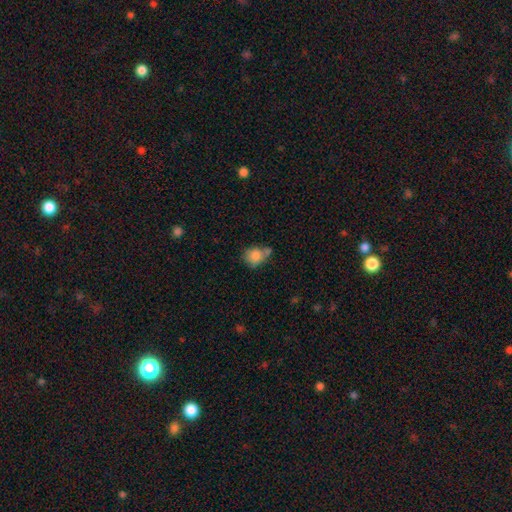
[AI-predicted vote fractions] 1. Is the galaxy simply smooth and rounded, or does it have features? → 83% smooth, 9% star or artifact, 8% featured or disk.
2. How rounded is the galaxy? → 62% round, 37% in between, 1% cigar-shaped.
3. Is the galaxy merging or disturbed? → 40% none, 29% merger, 22% minor disturbance, 9% major disturbance.